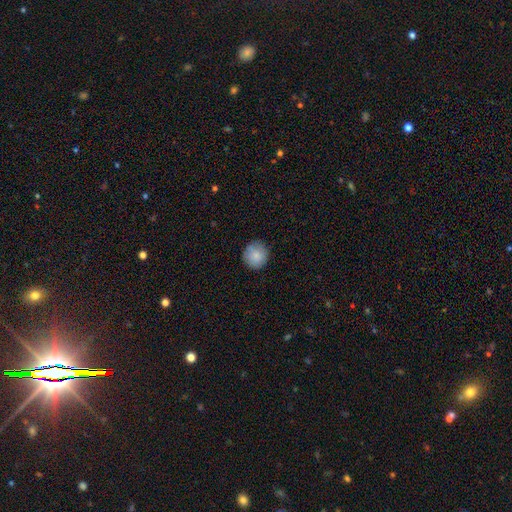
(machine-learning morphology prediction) smooth_or_featured: smooth (p=0.86) [alt: star or artifact p=0.07]
how_rounded: round (p=0.92) [alt: in between p=0.07]
merging: none (p=0.86) [alt: minor disturbance p=0.10]